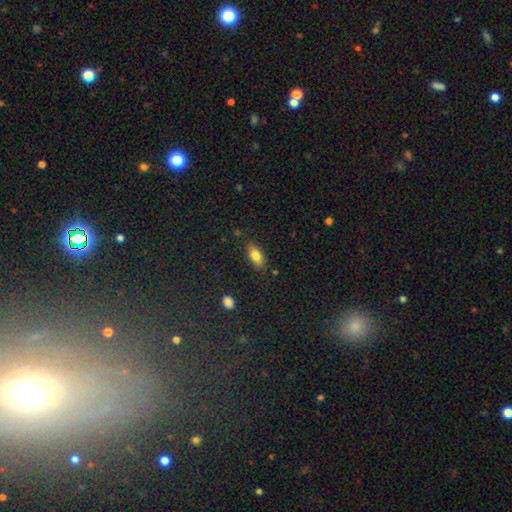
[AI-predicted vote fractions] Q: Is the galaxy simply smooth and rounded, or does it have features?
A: smooth — 82%.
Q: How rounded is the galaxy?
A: in between — 88%.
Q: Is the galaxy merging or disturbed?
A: none — 84%.